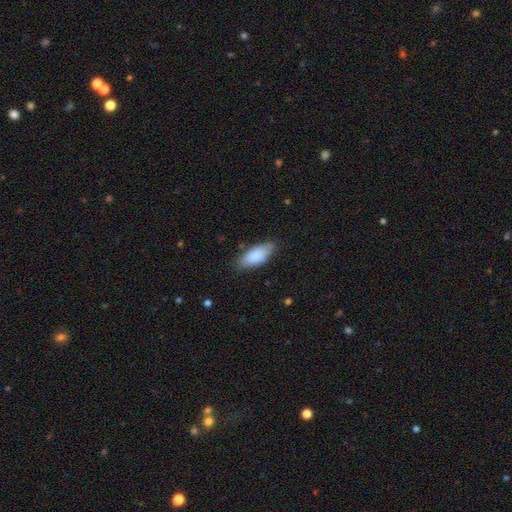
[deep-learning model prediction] Smooth or featured? Predicted: smooth (p=0.86). How rounded? Predicted: in between (p=0.85). Merging? Predicted: none (p=0.77).